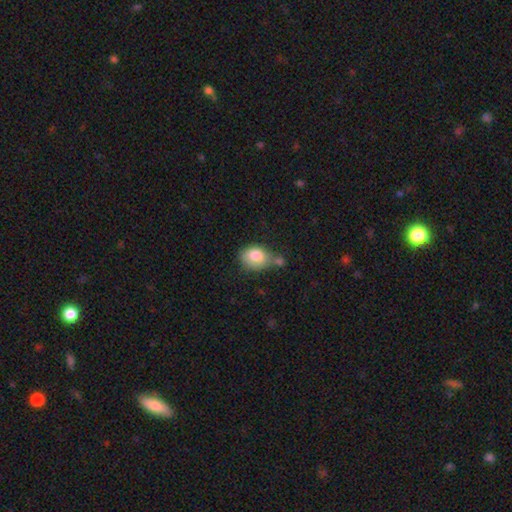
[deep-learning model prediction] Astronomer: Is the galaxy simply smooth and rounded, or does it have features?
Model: smooth — 81%.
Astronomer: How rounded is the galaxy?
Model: in between — 65%.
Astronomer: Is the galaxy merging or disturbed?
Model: none — 41% (runner-up: minor disturbance, 26%).